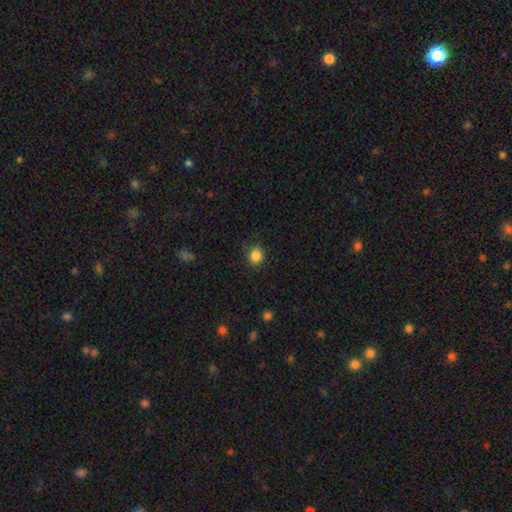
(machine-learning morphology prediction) Smooth or featured? smooth (85%)
How rounded? round (80%)
Merging? none (85%)